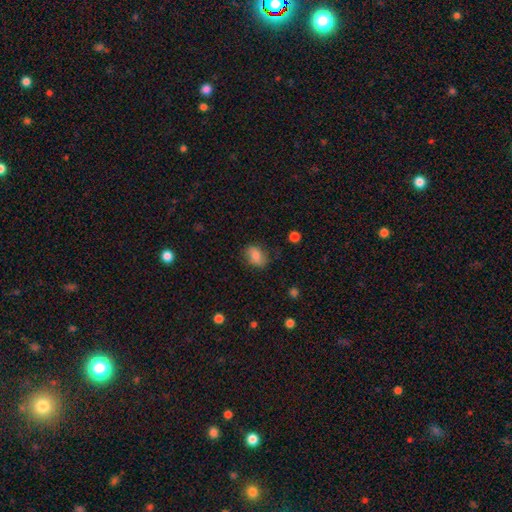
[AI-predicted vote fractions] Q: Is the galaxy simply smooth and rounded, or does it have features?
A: smooth — 79%.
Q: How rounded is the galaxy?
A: in between — 77%.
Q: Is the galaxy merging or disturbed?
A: none — 73%.